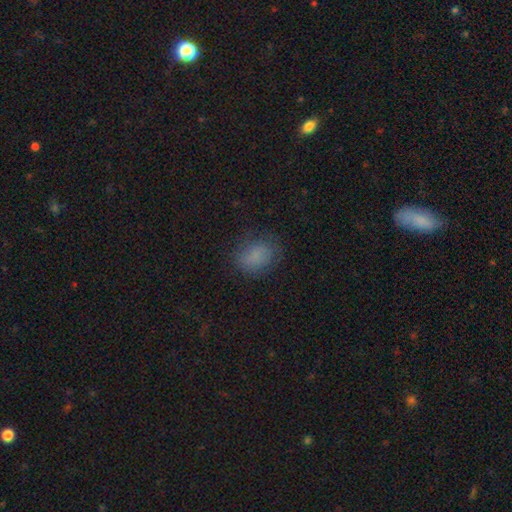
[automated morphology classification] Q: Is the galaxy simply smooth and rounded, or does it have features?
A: smooth — 80%.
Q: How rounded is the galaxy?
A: in between — 57%.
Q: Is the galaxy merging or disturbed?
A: none — 74%.